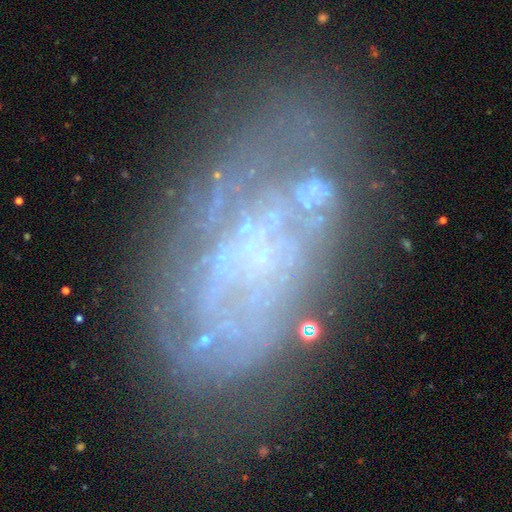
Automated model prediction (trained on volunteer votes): Morphology: type=featured or disk (66%); edge-on=no (95%); bar=no (84%); spiral arms=no (61%); bulge=none (61%); merging=none (56%).